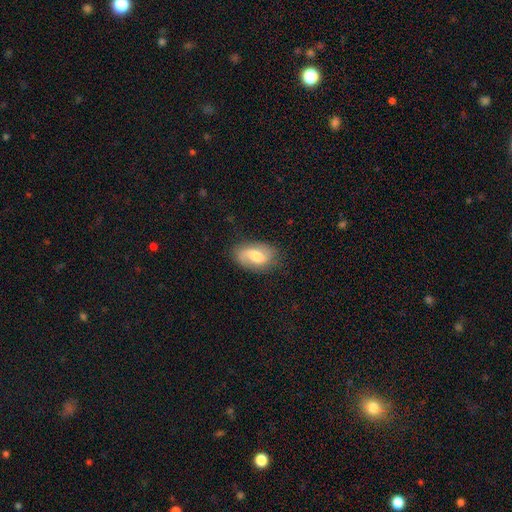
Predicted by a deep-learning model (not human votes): featured or disk 53%, smooth 40%, star or artifact 7%. Down the decision tree: edge-on disk — no (95%); bar — weak (48%); spiral arms — yes (85%); bulge size — moderate (62%); merging — none (77%).